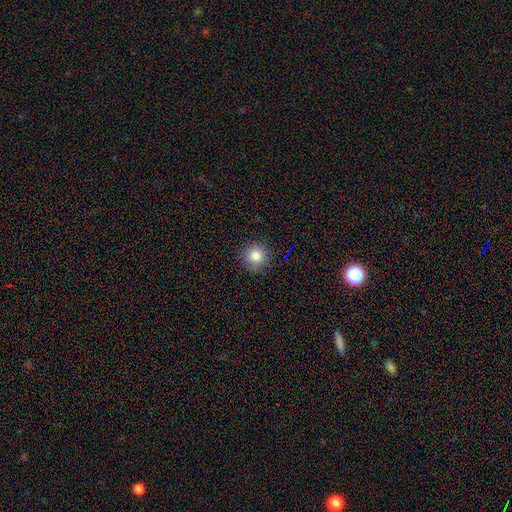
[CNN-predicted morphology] Smooth or featured? smooth (82%)
How rounded? round (94%)
Merging? none (88%)